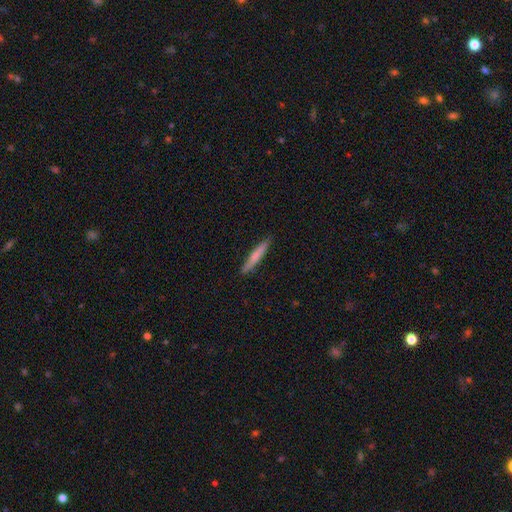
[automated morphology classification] Smooth or featured? Predicted: smooth (p=0.70). How rounded? Predicted: cigar-shaped (p=0.95). Merging? Predicted: none (p=0.89).